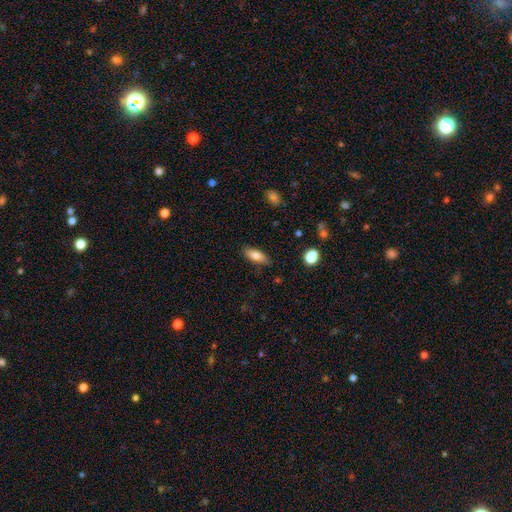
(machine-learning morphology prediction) This appears to be a smooth galaxy with no disk features (75%) that is in between round and cigar-shaped (75%). Merging: none (83%).